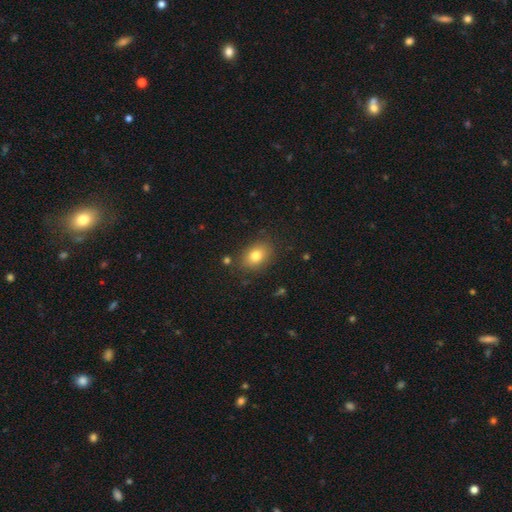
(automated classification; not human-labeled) This appears to be a smooth galaxy with no disk features (79%) that is in between round and cigar-shaped (72%). Merging: none (83%).